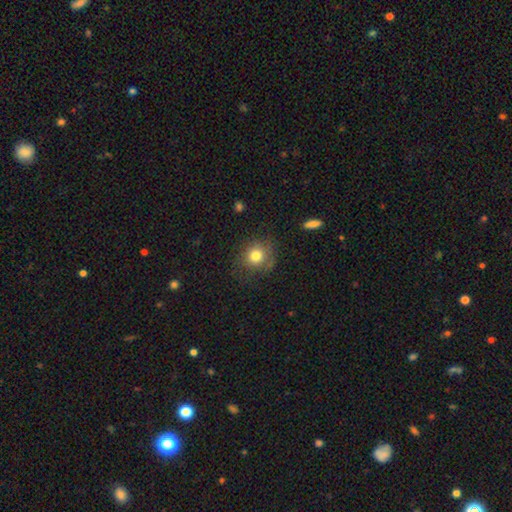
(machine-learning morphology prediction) smooth_or_featured: smooth (p=0.78) [alt: star or artifact p=0.11]
how_rounded: round (p=0.86) [alt: in between p=0.13]
merging: none (p=0.74) [alt: minor disturbance p=0.17]